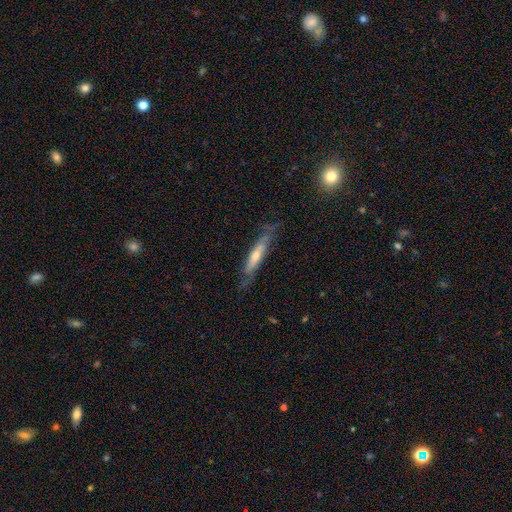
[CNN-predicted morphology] Smooth or featured: featured or disk — 62% (smooth — 32%)
Edge-on disk: yes — 61% (no — 39%)
Merging: none — 67% (minor disturbance — 23%)